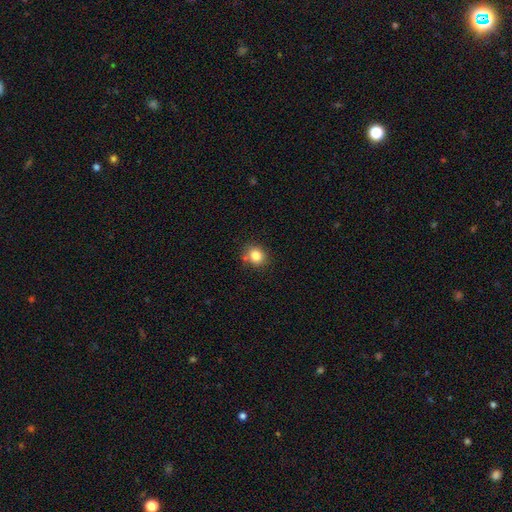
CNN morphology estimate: type=smooth (83%); roundness=round (75%); merging=none (78%).